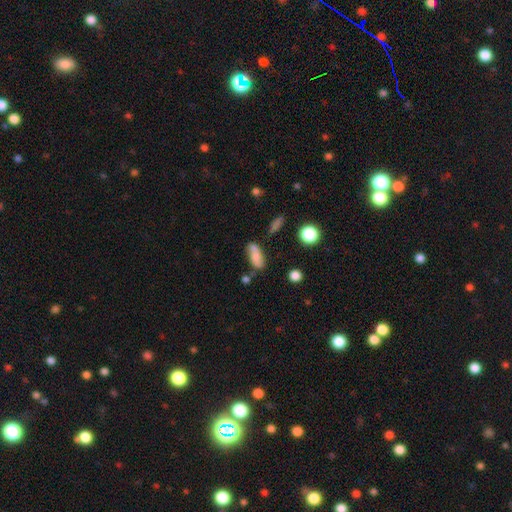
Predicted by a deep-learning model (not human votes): Q: Smooth or featured?
A: smooth (67%); runner-up: featured or disk (23%)
Q: How rounded?
A: in between (78%); runner-up: cigar-shaped (17%)
Q: Merging?
A: none (57%); runner-up: minor disturbance (24%)